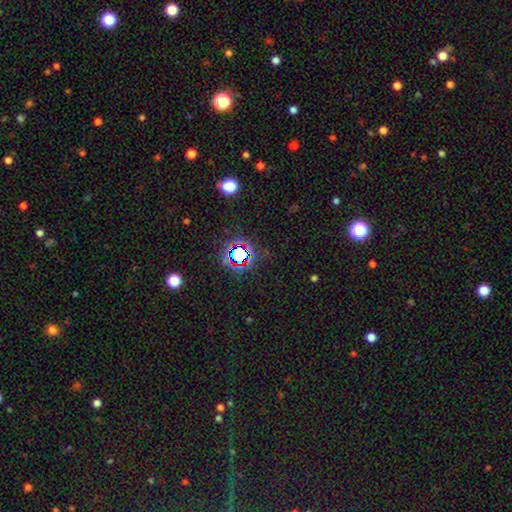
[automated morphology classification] A star or artifact, not a galaxy (77%).

Vote fractions:
- Smooth or featured? star or artifact: 77% / smooth: 15% / featured or disk: 8%